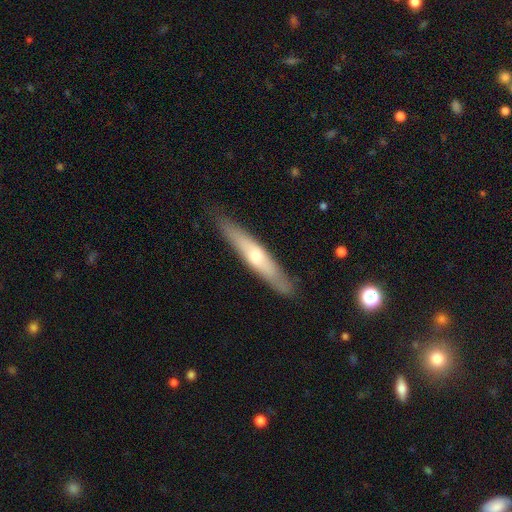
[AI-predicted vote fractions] smooth-or-featured: featured or disk: 49% | smooth: 46% | star or artifact: 6%
  merging: none: 87% | minor disturbance: 10% | major disturbance: 2% | merger: 1%